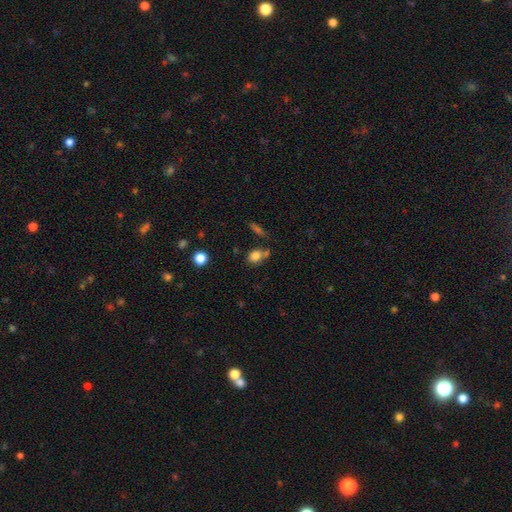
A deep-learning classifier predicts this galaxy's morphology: type=smooth (81%); roundness=in between (56%); merging=none (56%).